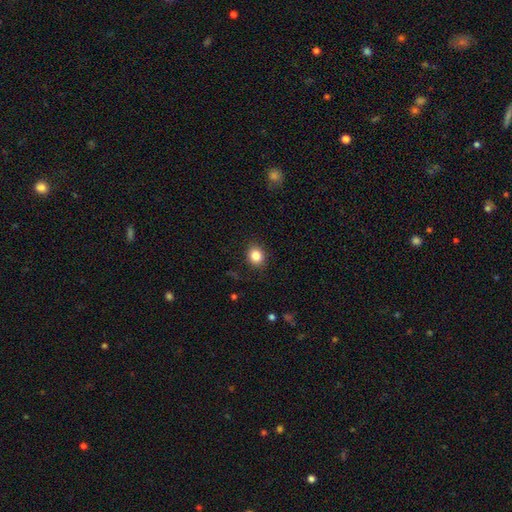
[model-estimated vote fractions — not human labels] Overall: smooth (85%). How rounded: round (68%; in between 31%). Merging: none (88%).